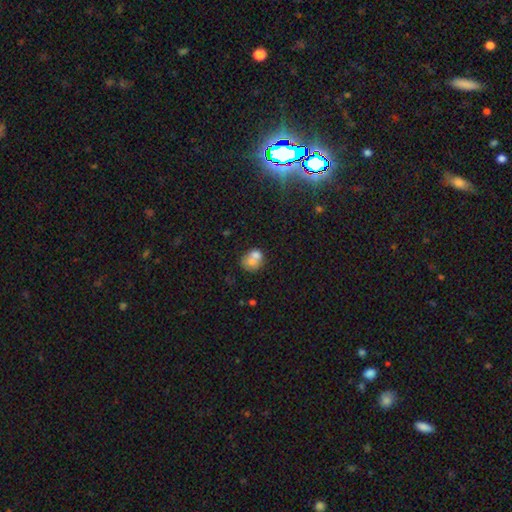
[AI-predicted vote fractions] A smooth galaxy with no disk features (67%) that is round (61%). Merging: merger (54%).